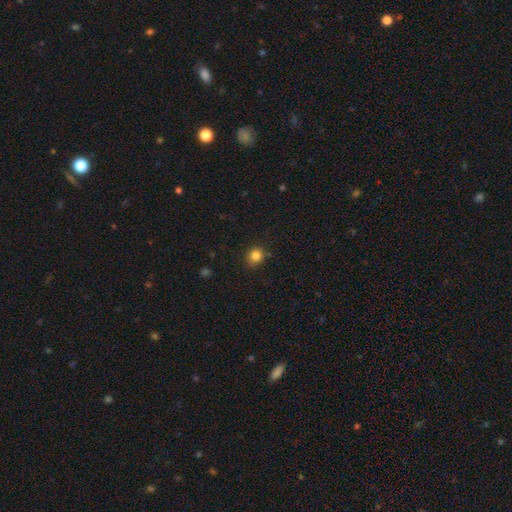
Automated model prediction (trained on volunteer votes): smooth-or-featured: smooth: 83% | star or artifact: 12% | featured or disk: 5%
  how-rounded: round: 81% | in between: 18% | cigar-shaped: 1%
  merging: none: 83% | minor disturbance: 13% | major disturbance: 3% | merger: 2%